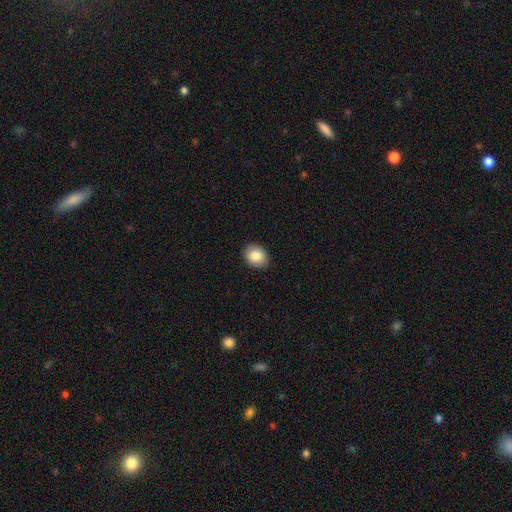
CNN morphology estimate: Smooth or featured?
  - smooth: 86% *
  - star or artifact: 8%
  - featured or disk: 6%
How rounded?
  - in between: 56% *
  - round: 43%
  - cigar-shaped: 1%
Merging?
  - none: 90% *
  - minor disturbance: 8%
  - major disturbance: 2%
  - merger: 1%